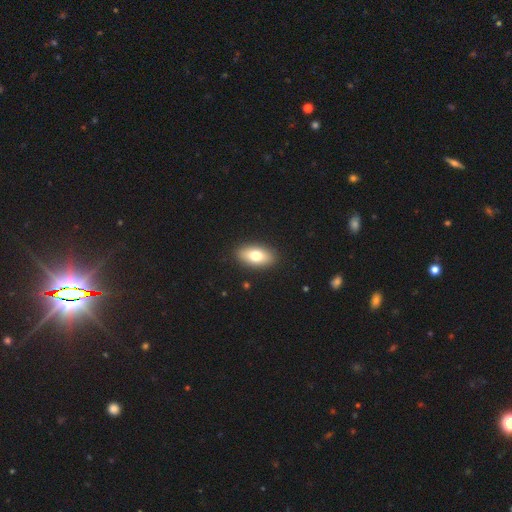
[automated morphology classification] The model was most divided on "smooth or featured": smooth: 76%, featured or disk: 17%, star or artifact: 7%. More confident: how rounded — in between (91%); merging — none (90%).